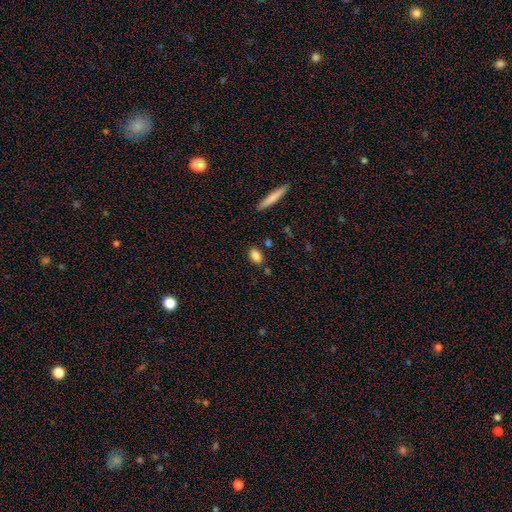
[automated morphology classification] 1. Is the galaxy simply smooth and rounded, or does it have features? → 85% smooth, 9% star or artifact, 6% featured or disk.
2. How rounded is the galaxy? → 84% in between, 11% round, 5% cigar-shaped.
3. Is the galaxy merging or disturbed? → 80% none, 12% minor disturbance, 5% merger, 3% major disturbance.